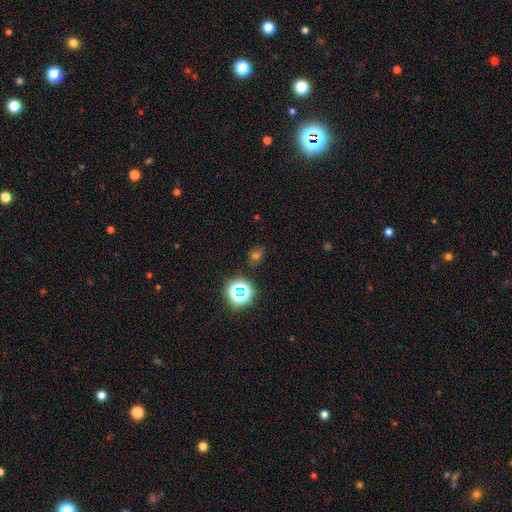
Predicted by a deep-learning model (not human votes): smooth 52%, star or artifact 38%, featured or disk 9%. Down the decision tree: how rounded — round (62%); merging — none (79%).